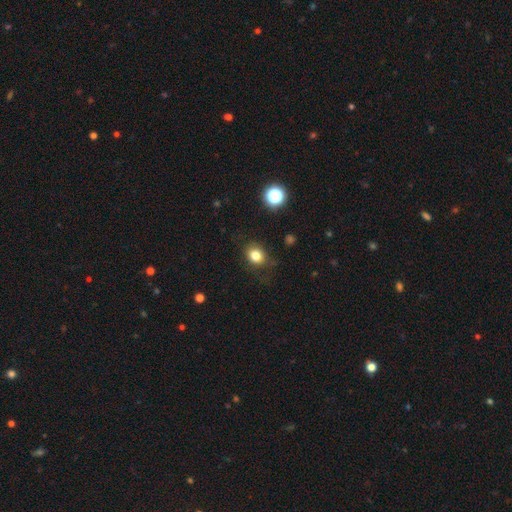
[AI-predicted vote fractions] Morphology: type=smooth (80%); roundness=round (61%); merging=none (78%).